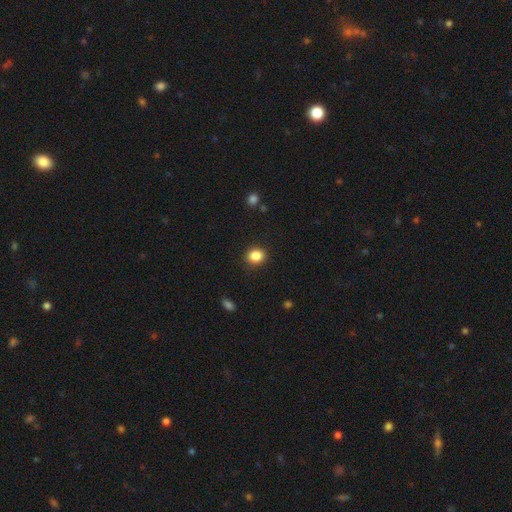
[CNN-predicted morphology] The model was most divided on "how rounded": round: 63%, in between: 36%, cigar-shaped: 1%. More confident: merging — none (89%); smooth or featured — smooth (86%).